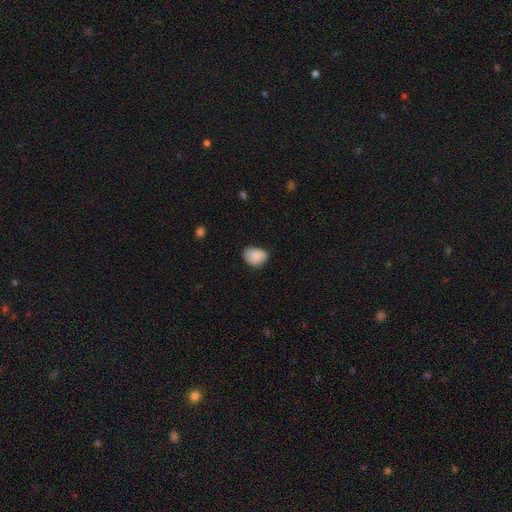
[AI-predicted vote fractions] Smooth or featured? Predicted: smooth (p=0.85). How rounded? Predicted: in between (p=0.61). Merging? Predicted: none (p=0.61).